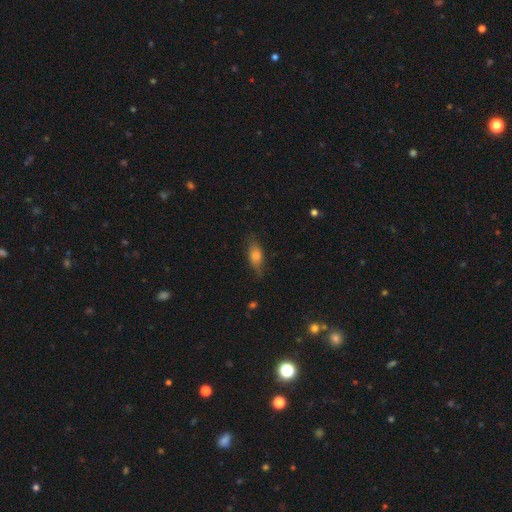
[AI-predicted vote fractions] A smooth galaxy with no disk features (71%) that is in between round and cigar-shaped (75%). Merging: none (72%).